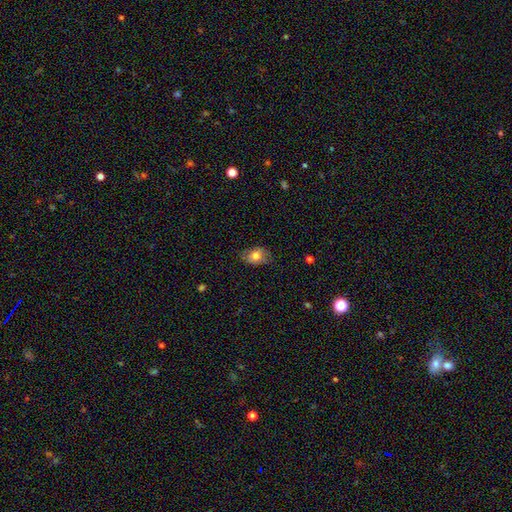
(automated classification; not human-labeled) Morphology: type=smooth (76%); roundness=in between (75%); merging=none (72%).